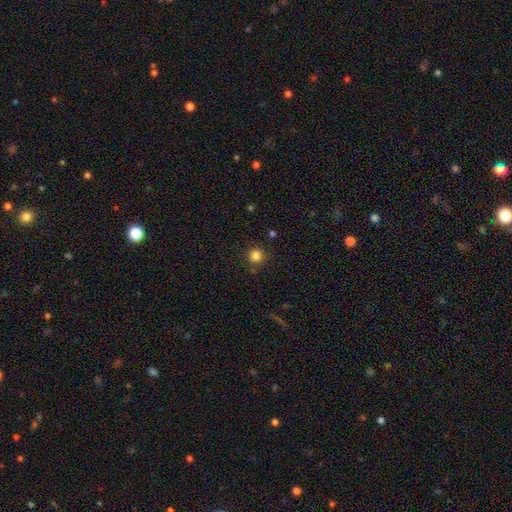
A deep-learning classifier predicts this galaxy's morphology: Smooth or featured? smooth (83%)
How rounded? round (95%)
Merging? none (86%)